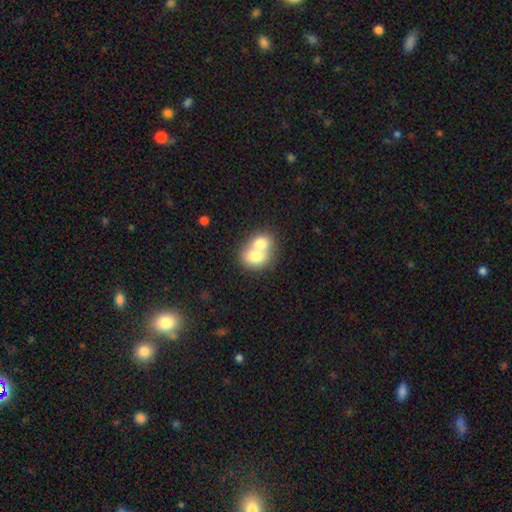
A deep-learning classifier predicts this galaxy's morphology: Smooth or featured? smooth (71%)
How rounded? round (50%)
Merging? merger (73%)